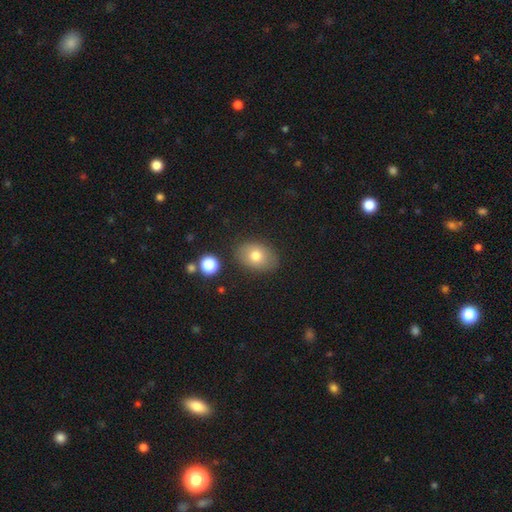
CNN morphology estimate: smooth_or_featured: smooth (p=0.75) [alt: featured or disk p=0.16]
how_rounded: in between (p=0.75) [alt: round p=0.24]
merging: none (p=0.83) [alt: minor disturbance p=0.12]